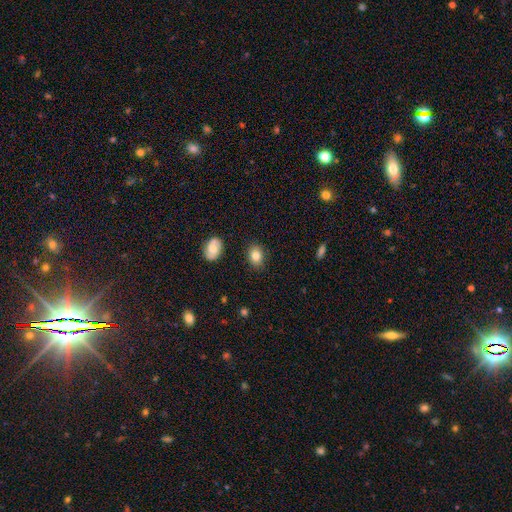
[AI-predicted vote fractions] A smooth galaxy with no disk features (82%) that is in between round and cigar-shaped (66%).

Vote fractions:
- Smooth or featured? smooth: 82% / star or artifact: 9% / featured or disk: 9%
- How rounded? in between: 66% / round: 33% / cigar-shaped: 1%
- Merging? none: 85% / minor disturbance: 11% / major disturbance: 2% / merger: 2%